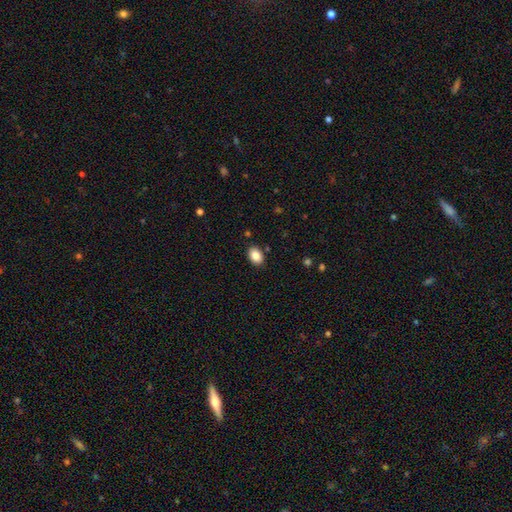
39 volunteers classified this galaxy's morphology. Smooth or featured? smooth (97%)
How rounded? in between (84%)
Merging? none (89%)